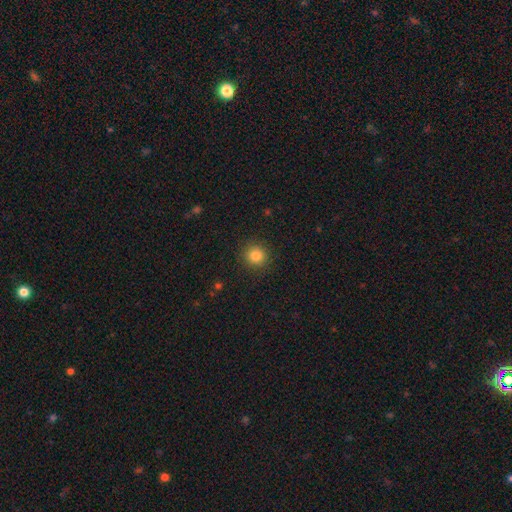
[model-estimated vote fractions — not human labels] Smooth or featured: smooth — 84% (star or artifact — 11%)
How rounded: round — 93% (in between — 6%)
Merging: none — 91% (minor disturbance — 6%)